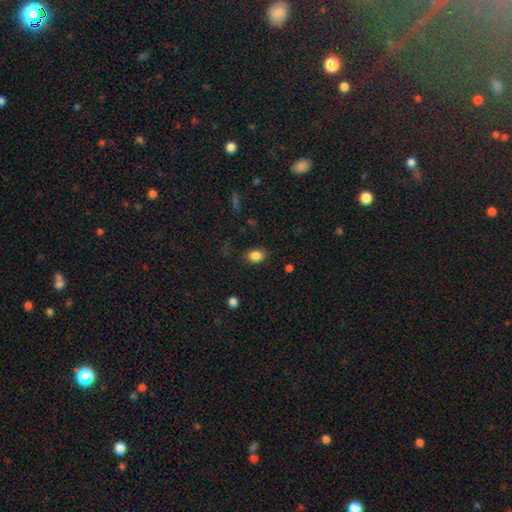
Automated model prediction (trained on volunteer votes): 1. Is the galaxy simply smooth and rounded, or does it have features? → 85% smooth, 10% star or artifact, 5% featured or disk.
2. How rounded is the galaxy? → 55% in between, 44% round, 1% cigar-shaped.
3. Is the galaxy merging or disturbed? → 80% none, 14% minor disturbance, 4% major disturbance, 1% merger.